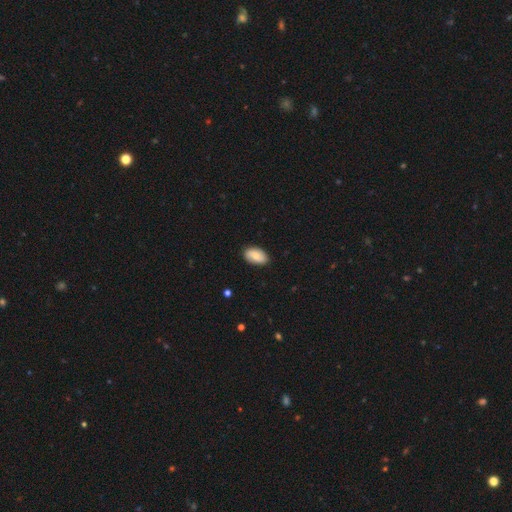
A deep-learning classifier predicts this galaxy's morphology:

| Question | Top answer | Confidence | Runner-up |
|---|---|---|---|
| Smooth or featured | smooth | 76% | featured or disk (18%) |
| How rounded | in between | 93% | round (5%) |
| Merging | none | 86% | minor disturbance (11%) |